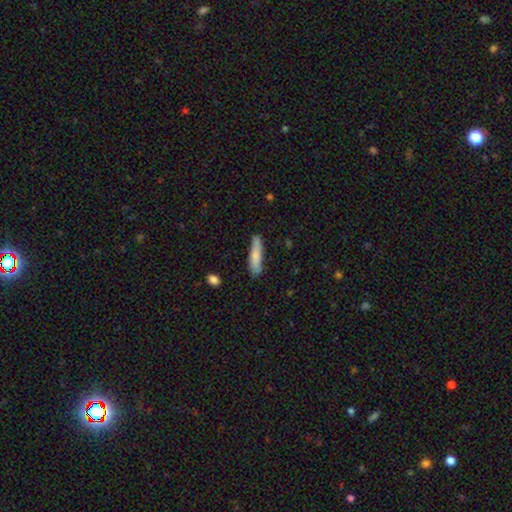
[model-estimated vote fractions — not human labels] A smooth galaxy with no disk features (78%) that is cigar-shaped (79%). Merging: none (79%).